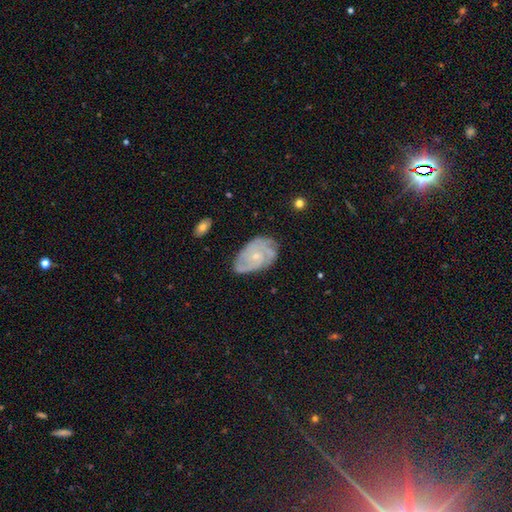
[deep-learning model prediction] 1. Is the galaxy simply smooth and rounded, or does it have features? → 80% featured or disk, 13% smooth, 7% star or artifact.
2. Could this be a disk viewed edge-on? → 97% no, 3% yes.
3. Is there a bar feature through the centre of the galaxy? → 77% no, 20% weak, 3% strong.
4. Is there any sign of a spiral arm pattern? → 94% yes, 6% no.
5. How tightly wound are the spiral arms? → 63% tight, 30% medium, 7% loose.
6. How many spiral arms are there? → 30% 3, 26% can't tell, 19% 2, 15% 4, 5% 1, 5% more than 4.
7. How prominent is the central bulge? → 71% small, 25% moderate, 2% none, 1% large, 1% dominant.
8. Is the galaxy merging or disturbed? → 70% none, 23% minor disturbance, 6% major disturbance, 2% merger.